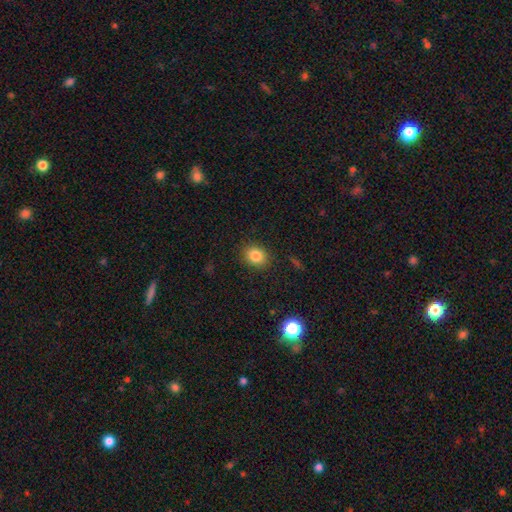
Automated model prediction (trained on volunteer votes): smooth-or-featured: smooth: 83% | star or artifact: 11% | featured or disk: 6%
  how-rounded: round: 60% | in between: 39% | cigar-shaped: 1%
  merging: none: 88% | minor disturbance: 8% | major disturbance: 3% | merger: 1%